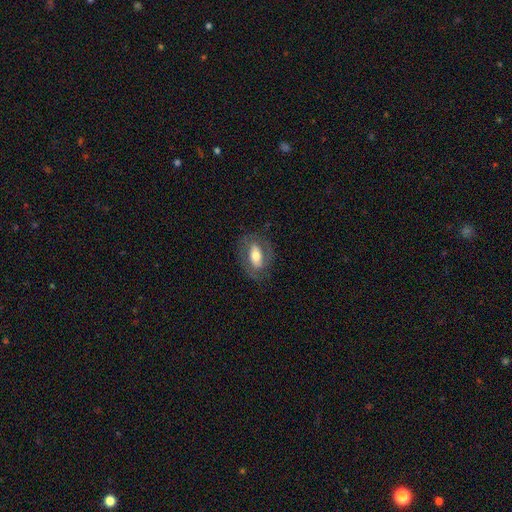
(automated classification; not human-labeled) A featured or disk galaxy (50%). Merging: none (74%).